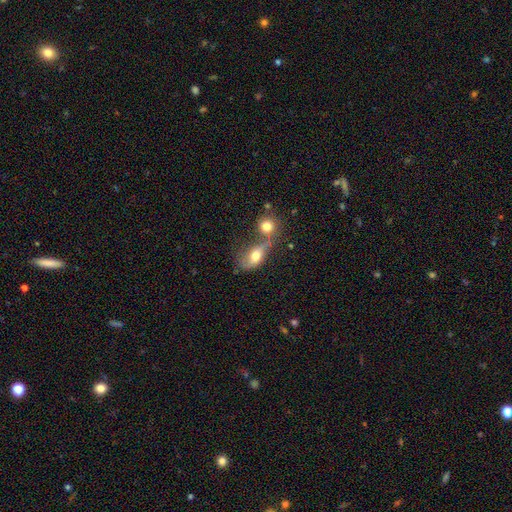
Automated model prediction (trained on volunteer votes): A smooth galaxy with no disk features (58%) that is in between round and cigar-shaped (75%). Merging: merger (46%).